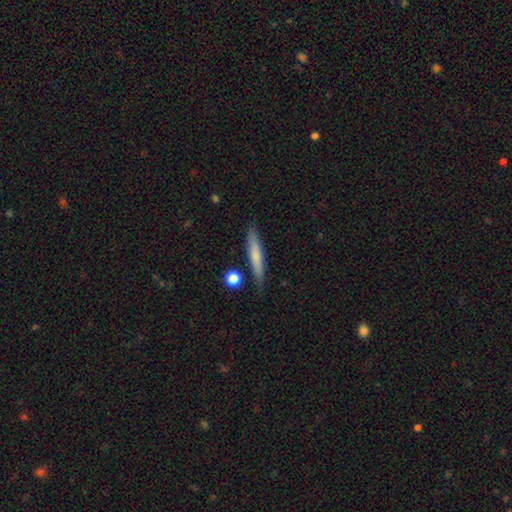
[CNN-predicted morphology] The model was most divided on "smooth or featured": smooth: 68%, featured or disk: 26%, star or artifact: 6%. More confident: how rounded — cigar-shaped (92%); merging — none (84%).